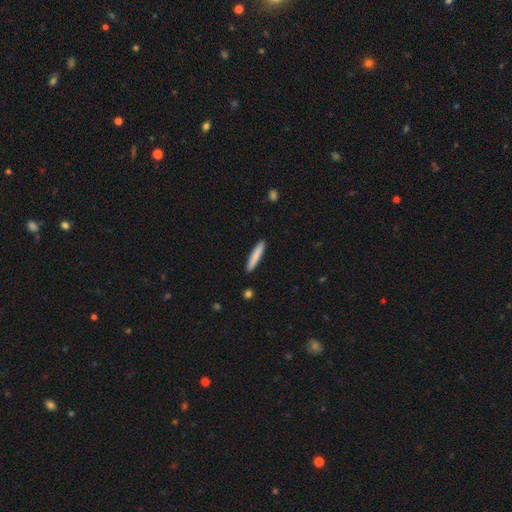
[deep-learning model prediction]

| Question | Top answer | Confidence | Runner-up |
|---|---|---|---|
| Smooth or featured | smooth | 81% | featured or disk (13%) |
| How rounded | cigar-shaped | 91% | in between (8%) |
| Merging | none | 90% | minor disturbance (7%) |